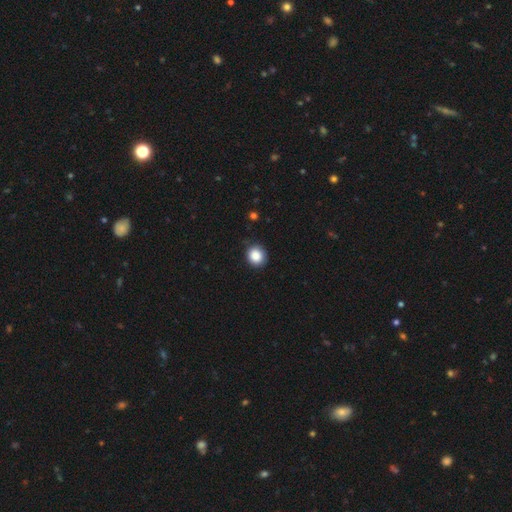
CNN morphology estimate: smooth-or-featured: smooth: 87% | star or artifact: 9% | featured or disk: 4%
  how-rounded: round: 83% | in between: 16% | cigar-shaped: 1%
  merging: none: 83% | minor disturbance: 13% | major disturbance: 3% | merger: 1%